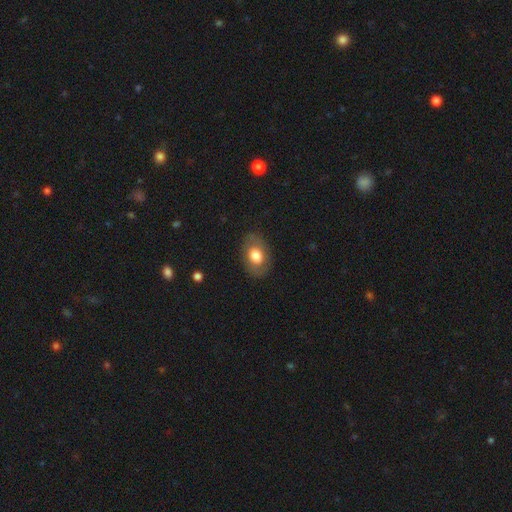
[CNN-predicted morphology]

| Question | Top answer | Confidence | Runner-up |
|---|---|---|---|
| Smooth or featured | smooth | 65% | featured or disk (28%) |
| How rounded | in between | 80% | round (19%) |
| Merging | none | 81% | minor disturbance (13%) |